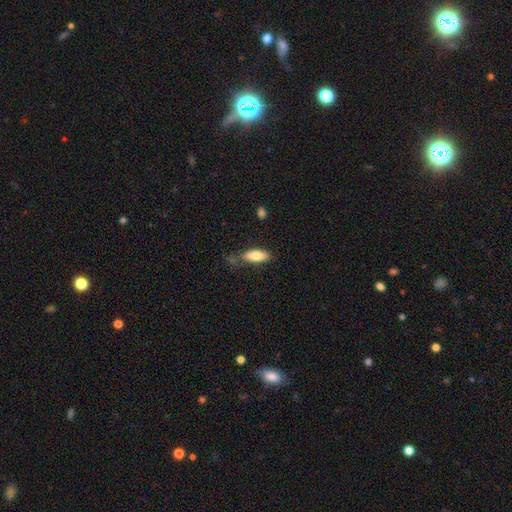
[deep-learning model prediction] smooth_or_featured: smooth (p=0.79) [alt: featured or disk p=0.14]
how_rounded: in between (p=0.72) [alt: cigar-shaped p=0.26]
merging: none (p=0.63) [alt: minor disturbance p=0.25]